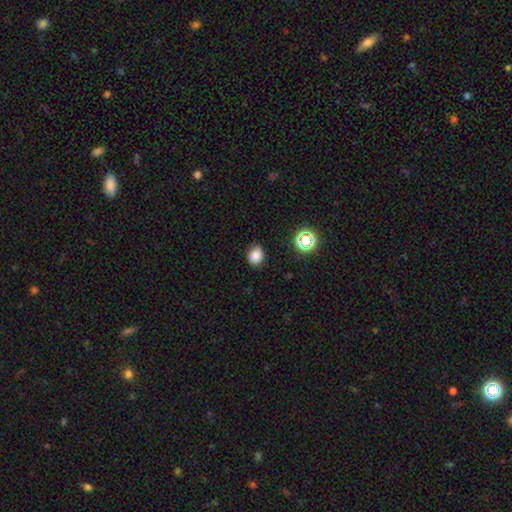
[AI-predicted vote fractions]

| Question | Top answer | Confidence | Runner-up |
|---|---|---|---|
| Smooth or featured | smooth | 79% | star or artifact (14%) |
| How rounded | round | 52% | in between (47%) |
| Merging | none | 79% | minor disturbance (17%) |